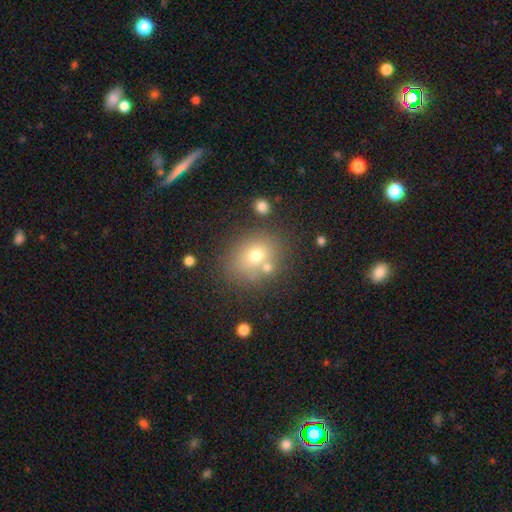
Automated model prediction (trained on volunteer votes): Q: Smooth or featured?
A: smooth (68%); runner-up: featured or disk (16%)
Q: How rounded?
A: round (62%); runner-up: in between (37%)
Q: Merging?
A: none (68%); runner-up: merger (15%)